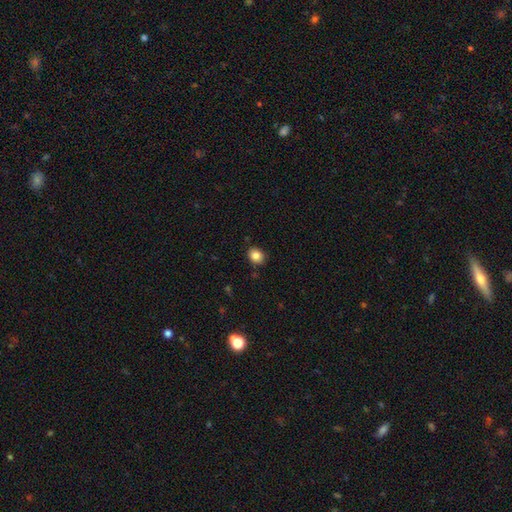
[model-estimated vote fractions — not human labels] The model was most divided on "how rounded": round: 59%, in between: 41%, cigar-shaped: 1%. More confident: merging — none (86%); smooth or featured — smooth (85%).